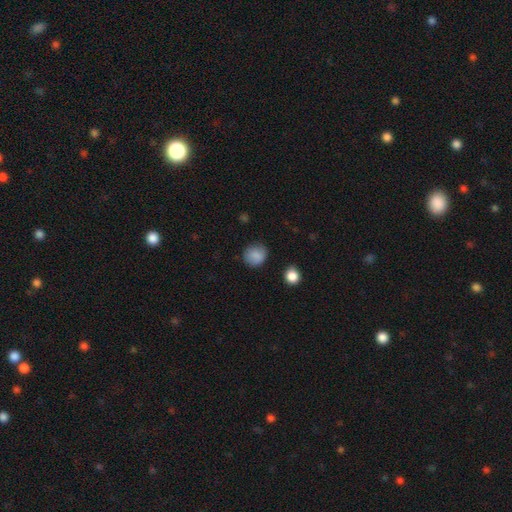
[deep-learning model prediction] Q: Smooth or featured?
A: smooth (86%); runner-up: star or artifact (9%)
Q: How rounded?
A: round (85%); runner-up: in between (14%)
Q: Merging?
A: none (81%); runner-up: minor disturbance (14%)